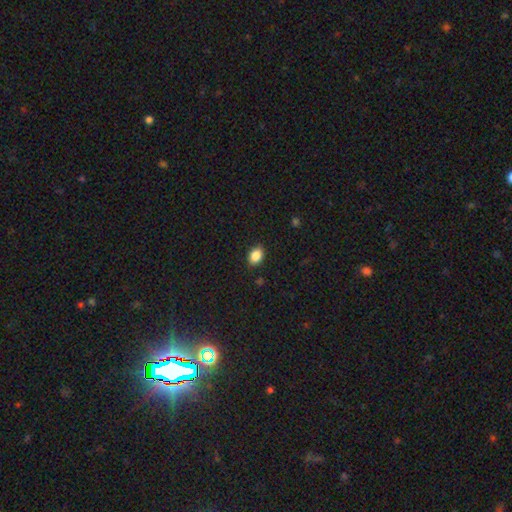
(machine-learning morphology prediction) Smooth or featured: smooth — 87% (star or artifact — 9%)
How rounded: in between — 77% (round — 22%)
Merging: none — 88% (minor disturbance — 9%)